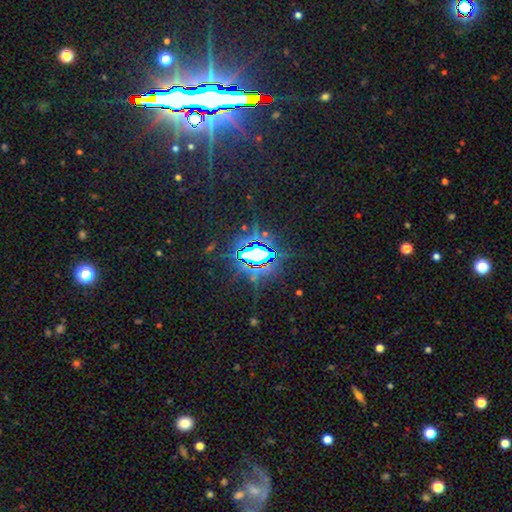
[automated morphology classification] Smooth or featured?
  - star or artifact: 82% *
  - smooth: 9%
  - featured or disk: 9%